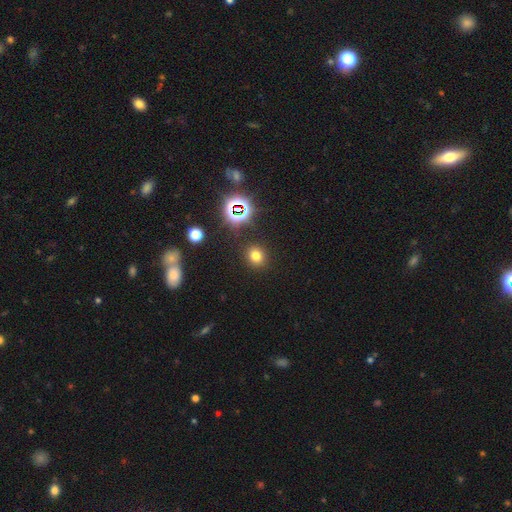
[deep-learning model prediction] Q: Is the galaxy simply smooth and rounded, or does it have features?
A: smooth — 71%.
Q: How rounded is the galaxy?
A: round — 77%.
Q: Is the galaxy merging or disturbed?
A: none — 88%.